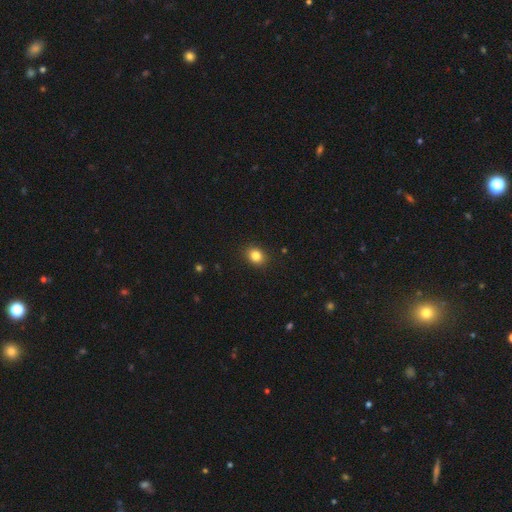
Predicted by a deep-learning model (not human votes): smooth-or-featured: smooth: 84% | star or artifact: 11% | featured or disk: 5%
  how-rounded: round: 52% | in between: 47% | cigar-shaped: 1%
  merging: none: 90% | minor disturbance: 7% | major disturbance: 2% | merger: 1%